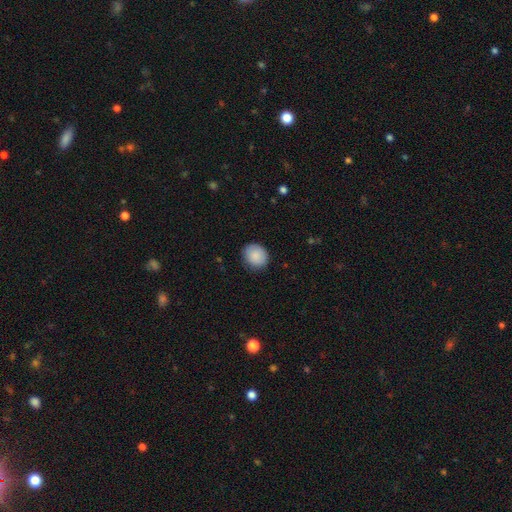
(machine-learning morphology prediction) The model was most divided on "how rounded": round: 76%, in between: 23%, cigar-shaped: 1%. More confident: smooth or featured — smooth (89%); merging — none (85%).